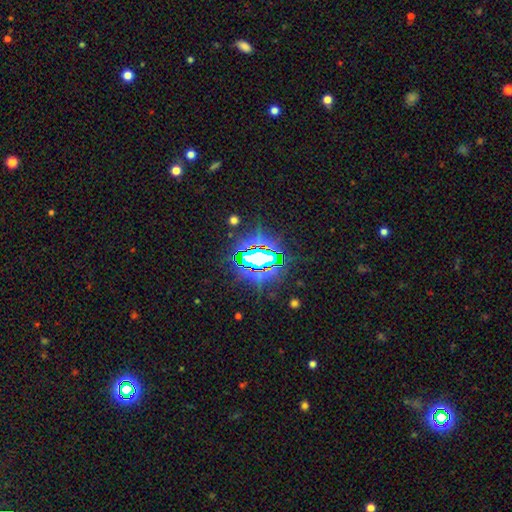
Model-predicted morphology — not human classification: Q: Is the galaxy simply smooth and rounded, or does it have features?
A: star or artifact — 78%.